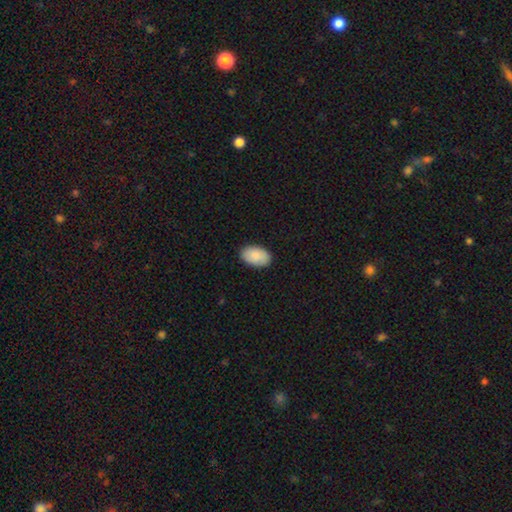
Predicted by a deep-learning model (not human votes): This appears to be a smooth galaxy with no disk features (86%) that is in between round and cigar-shaped (92%). Merging: none (88%).